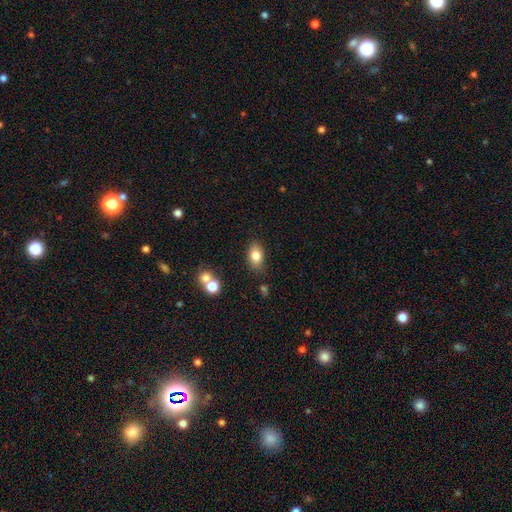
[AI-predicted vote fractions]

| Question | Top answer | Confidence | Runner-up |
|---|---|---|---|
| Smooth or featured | smooth | 80% | featured or disk (11%) |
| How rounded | in between | 83% | round (15%) |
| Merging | none | 79% | minor disturbance (13%) |